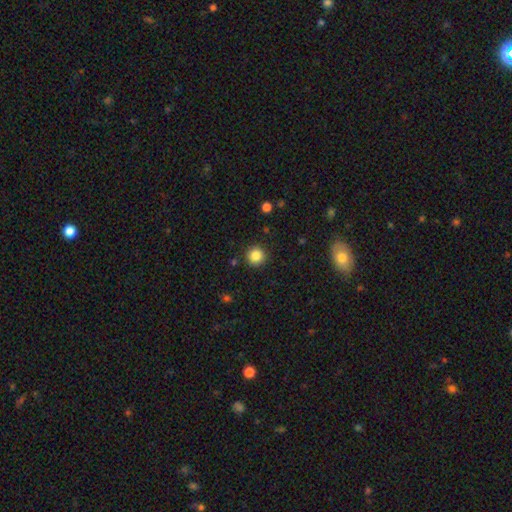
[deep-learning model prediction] Smooth or featured? Predicted: smooth (p=0.85). How rounded? Predicted: round (p=0.95). Merging? Predicted: none (p=0.91).